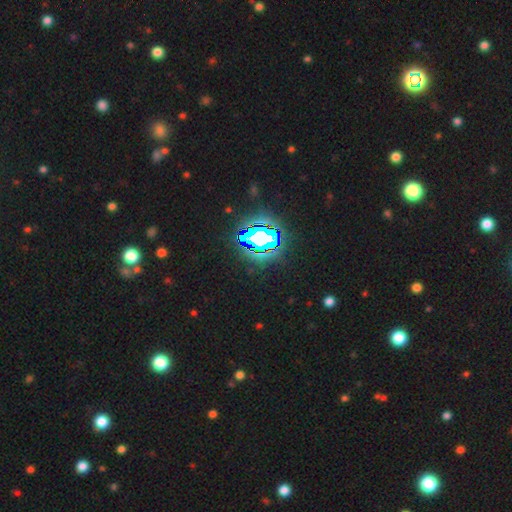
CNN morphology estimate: A star or artifact, not a galaxy (83%).